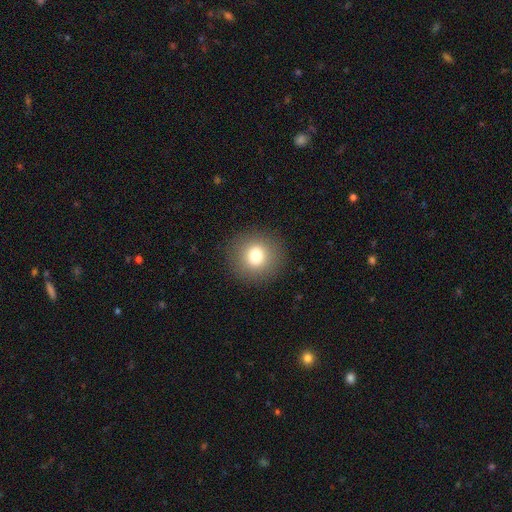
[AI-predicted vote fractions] Morphology: type=smooth (78%); roundness=round (93%); merging=none (91%).